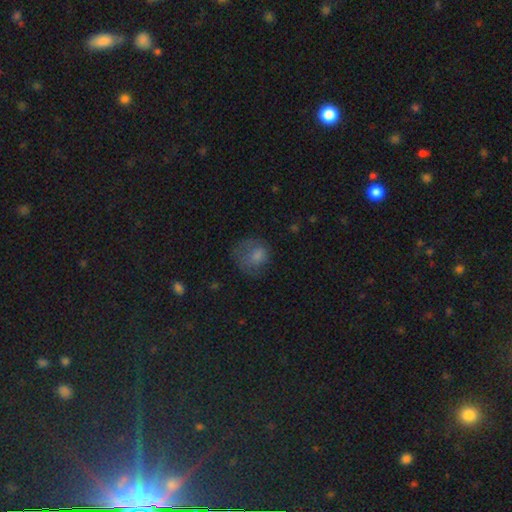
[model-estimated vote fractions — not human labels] Smooth or featured: smooth — 69% (featured or disk — 19%)
How rounded: round — 69% (in between — 30%)
Merging: none — 43% (major disturbance — 30%)